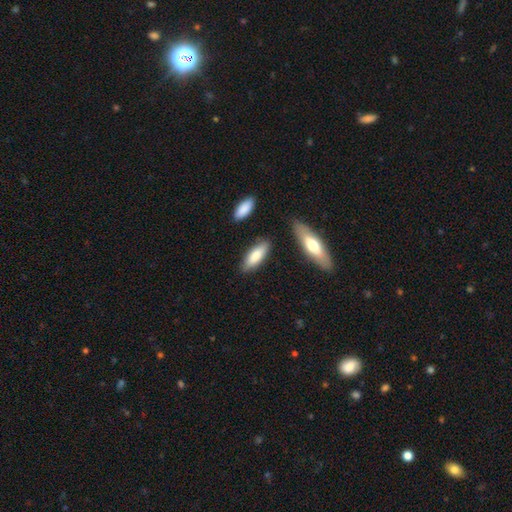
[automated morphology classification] smooth_or_featured: smooth (p=0.80) [alt: featured or disk p=0.15]
how_rounded: in between (p=0.59) [alt: cigar-shaped p=0.39]
merging: none (p=0.80) [alt: minor disturbance p=0.13]